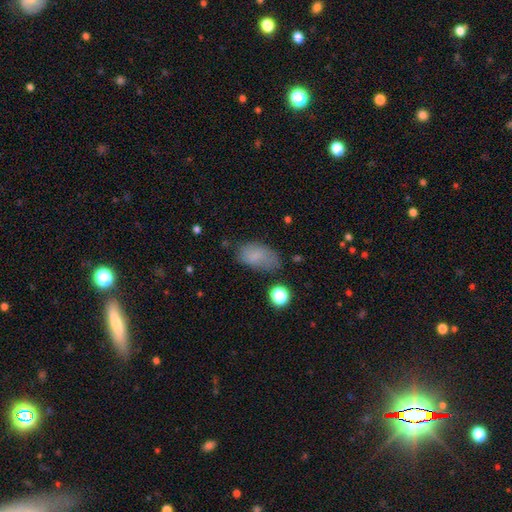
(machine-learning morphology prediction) Smooth or featured? smooth (78%)
How rounded? in between (91%)
Merging? none (61%)